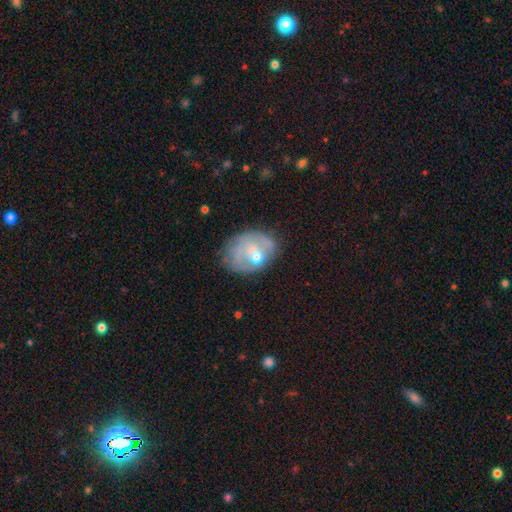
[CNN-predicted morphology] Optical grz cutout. It shows a featured or disk galaxy (54%) with no bar (79%), no spiral arms (67%) and a moderate central bulge (47%). Merging: none (41%).